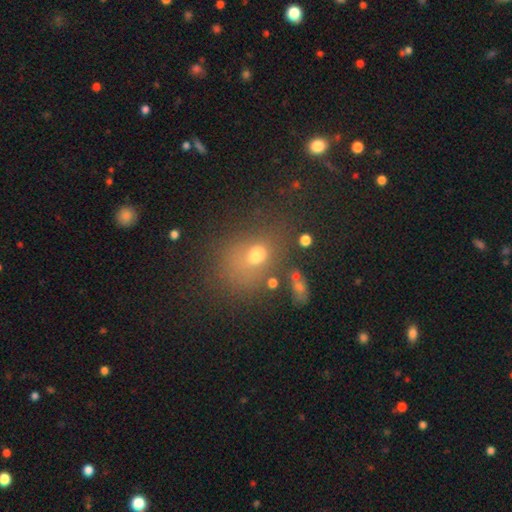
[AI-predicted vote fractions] This appears to be a smooth galaxy with no disk features (64%) that is in between round and cigar-shaped (56%). Merging: none (50%).